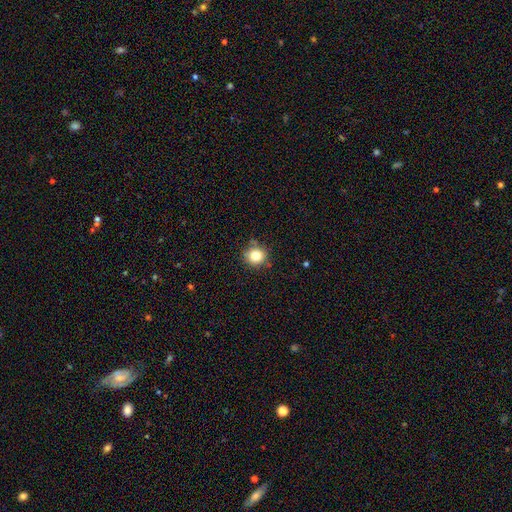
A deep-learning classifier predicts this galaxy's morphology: Overall: smooth (81%). How rounded: round (91%). Merging: none (79%).